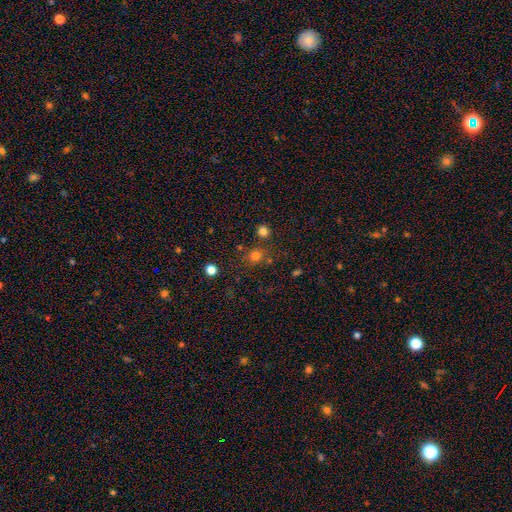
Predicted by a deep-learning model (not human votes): Q: Smooth or featured?
A: smooth (71%); runner-up: star or artifact (22%)
Q: How rounded?
A: round (85%); runner-up: in between (14%)
Q: Merging?
A: none (73%); runner-up: merger (12%)